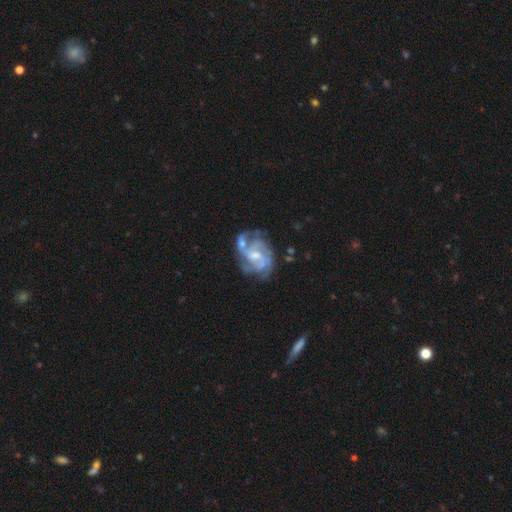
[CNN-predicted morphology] featured or disk 86%, smooth 8%, star or artifact 6%. Down the decision tree: edge-on disk — no (98%); bar — weak (46%); spiral arms — yes (92%); spiral arm count — 3 (29%); spiral winding — medium (46%); bulge size — moderate (50%); merging — none (51%).